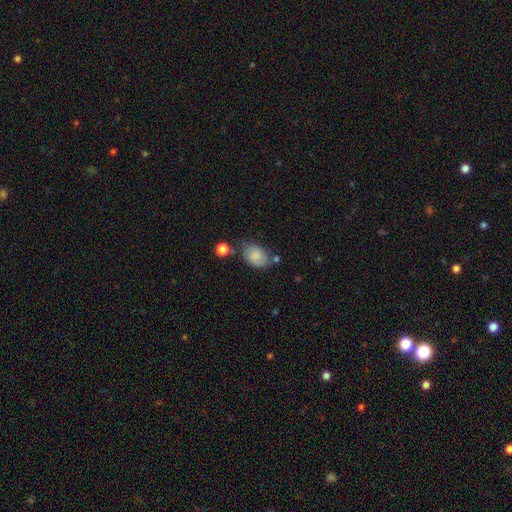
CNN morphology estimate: Smooth or featured: smooth — 79% (featured or disk — 13%)
How rounded: in between — 81% (round — 18%)
Merging: none — 55% (minor disturbance — 27%)